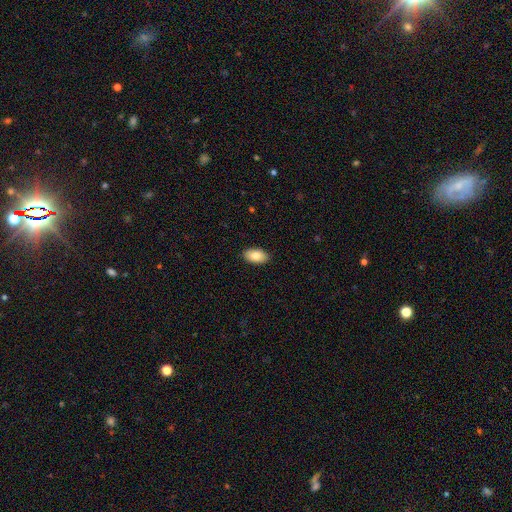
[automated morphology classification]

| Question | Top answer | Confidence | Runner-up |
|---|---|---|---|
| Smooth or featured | smooth | 86% | featured or disk (8%) |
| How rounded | in between | 95% | round (3%) |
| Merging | none | 90% | minor disturbance (8%) |